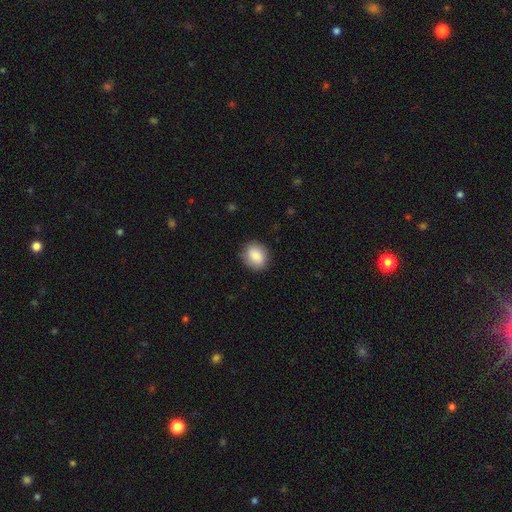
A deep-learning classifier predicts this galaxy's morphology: smooth 86%, star or artifact 7%, featured or disk 7%. Down the decision tree: how rounded — round (58%); merging — none (86%).